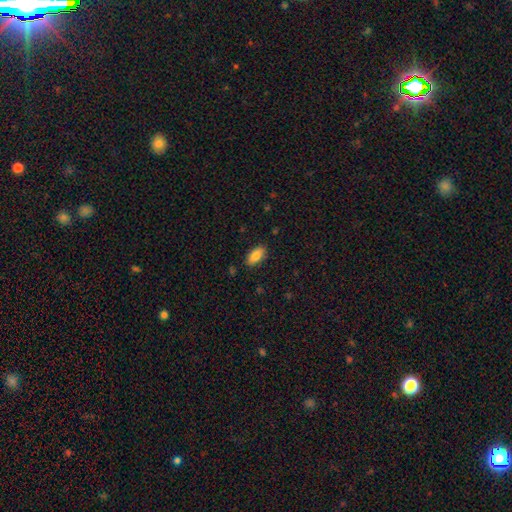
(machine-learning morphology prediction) Overall: smooth (85%). How rounded: in between (91%). Merging: none (86%).